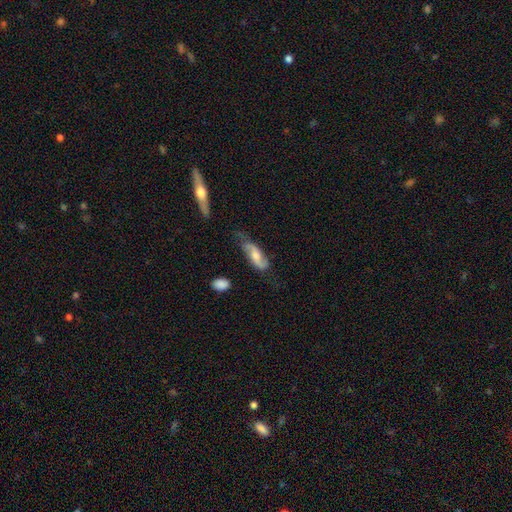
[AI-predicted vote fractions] Smooth or featured? featured or disk (64%)
Edge-on disk? no (89%)
Bar? no (55%)
Spiral arms? yes (90%)
Spiral winding? loose (55%)
Spiral arm count? 2 (86%)
Bulge size? moderate (58%)
Merging? none (55%)